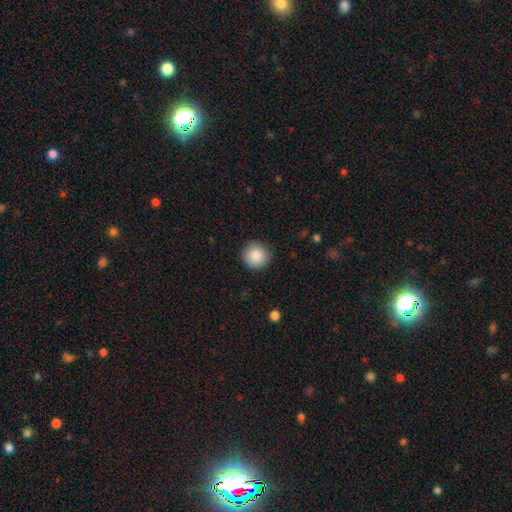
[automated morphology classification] Smooth or featured?
  - smooth: 87% *
  - star or artifact: 8%
  - featured or disk: 5%
How rounded?
  - round: 95% *
  - in between: 4%
  - cigar-shaped: 1%
Merging?
  - none: 91% *
  - minor disturbance: 7%
  - major disturbance: 2%
  - merger: 1%